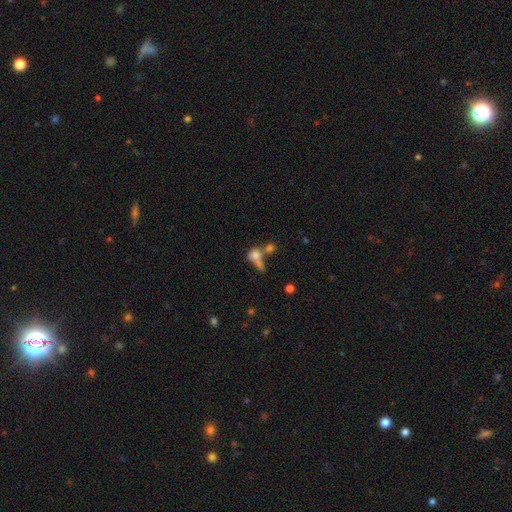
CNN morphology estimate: Overall: smooth (67%). How rounded: round (50%; in between 43%). Merging: merger (48%; none 25%).